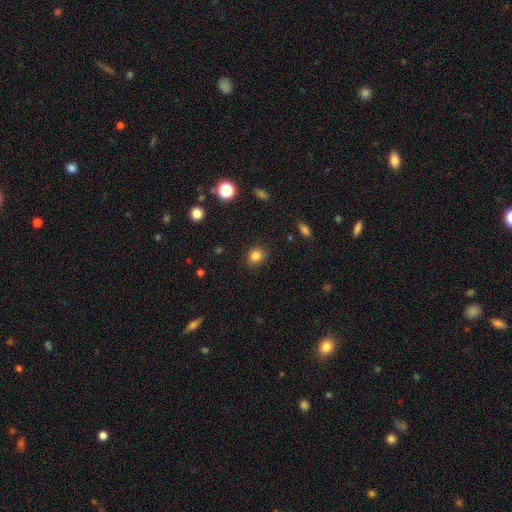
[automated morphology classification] Smooth or featured? smooth (83%)
How rounded? round (71%)
Merging? none (87%)